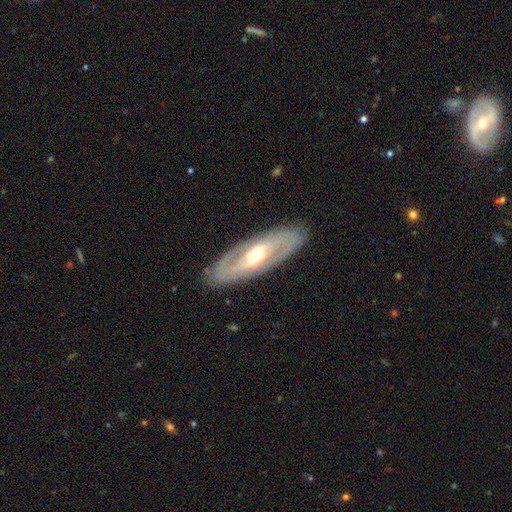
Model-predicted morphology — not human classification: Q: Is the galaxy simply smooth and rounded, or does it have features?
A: featured or disk — 77%.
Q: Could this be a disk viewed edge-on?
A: no — 83%.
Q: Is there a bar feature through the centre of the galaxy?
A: weak — 35%.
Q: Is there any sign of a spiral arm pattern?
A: yes — 68%.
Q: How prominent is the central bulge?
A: moderate — 63%.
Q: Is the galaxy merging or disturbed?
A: none — 86%.